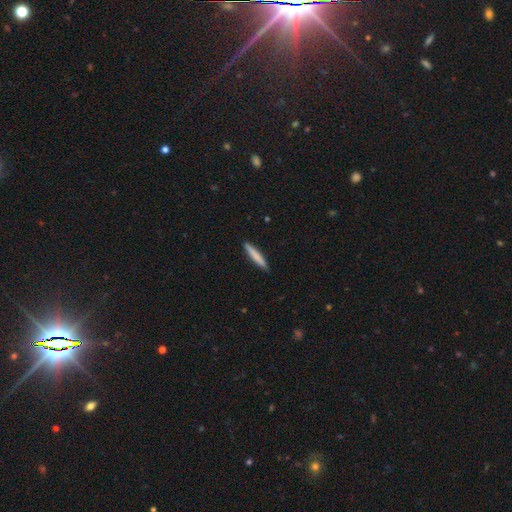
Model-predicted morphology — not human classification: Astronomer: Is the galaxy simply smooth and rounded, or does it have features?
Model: smooth — 76%.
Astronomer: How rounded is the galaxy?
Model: cigar-shaped — 94%.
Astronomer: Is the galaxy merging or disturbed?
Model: none — 90%.